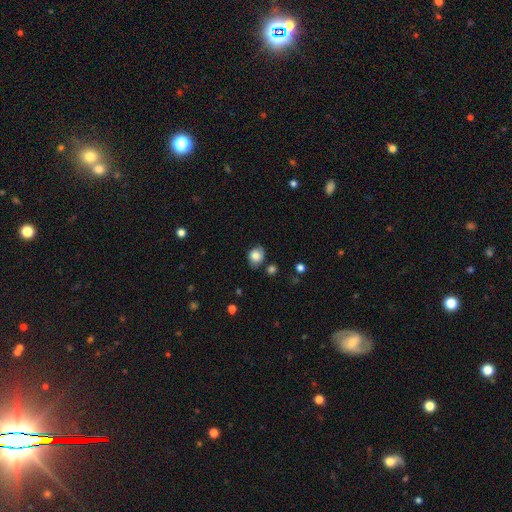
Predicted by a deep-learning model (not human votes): Q: Smooth or featured?
A: smooth (80%); runner-up: featured or disk (11%)
Q: How rounded?
A: round (55%); runner-up: in between (44%)
Q: Merging?
A: none (74%); runner-up: minor disturbance (18%)